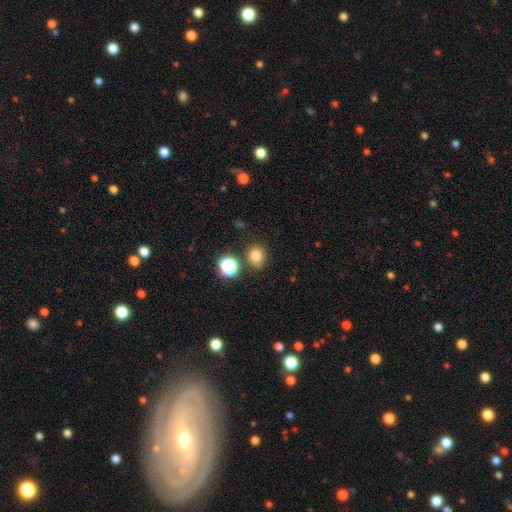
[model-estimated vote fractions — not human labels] A smooth galaxy with no disk features (79%) that is round (73%). Merging: none (79%).